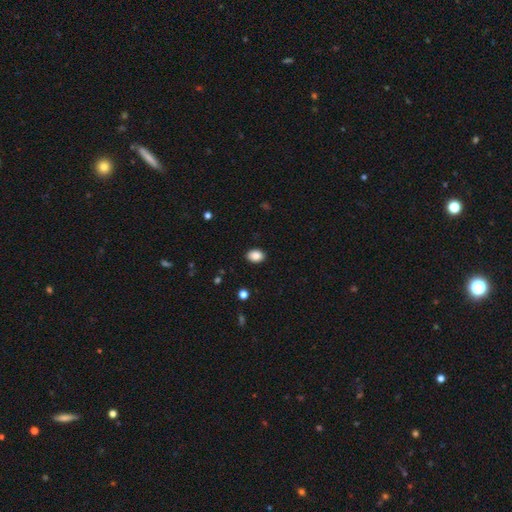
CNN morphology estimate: Smooth or featured: smooth — 88% (star or artifact — 8%)
How rounded: in between — 80% (round — 19%)
Merging: none — 89% (minor disturbance — 8%)